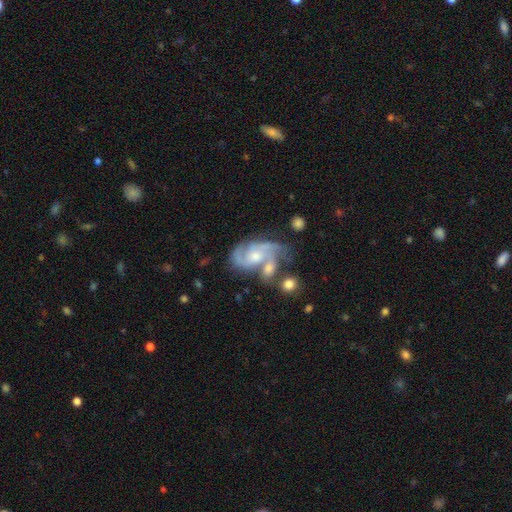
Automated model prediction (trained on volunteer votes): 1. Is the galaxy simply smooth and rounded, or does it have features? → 85% featured or disk, 8% smooth, 6% star or artifact.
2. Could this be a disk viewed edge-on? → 97% no, 3% yes.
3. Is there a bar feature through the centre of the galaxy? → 60% no, 33% weak, 7% strong.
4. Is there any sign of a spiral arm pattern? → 96% yes, 4% no.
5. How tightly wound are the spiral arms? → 52% medium, 32% tight, 17% loose.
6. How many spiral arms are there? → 56% 2, 24% 3, 10% can't tell, 4% 4, 3% 1, 3% more than 4.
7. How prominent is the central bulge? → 51% moderate, 41% small, 4% none, 4% large, 1% dominant.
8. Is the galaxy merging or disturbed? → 40% none, 29% merger, 18% minor disturbance, 13% major disturbance.